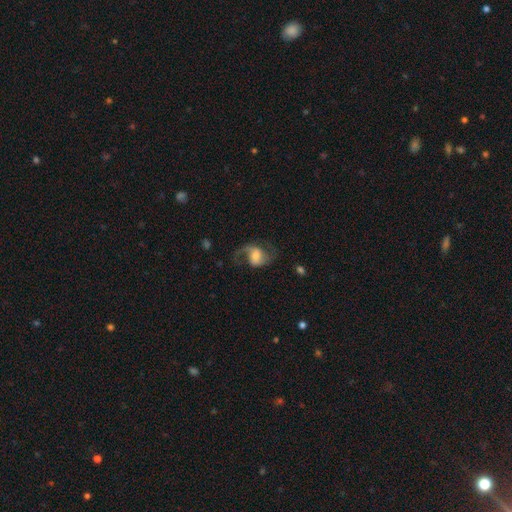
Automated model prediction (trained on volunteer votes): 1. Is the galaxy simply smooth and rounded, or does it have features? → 72% featured or disk, 21% smooth, 7% star or artifact.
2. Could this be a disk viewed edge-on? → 97% no, 3% yes.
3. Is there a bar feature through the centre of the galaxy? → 45% weak, 40% no, 15% strong.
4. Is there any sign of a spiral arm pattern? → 93% yes, 7% no.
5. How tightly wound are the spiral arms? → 58% loose, 35% medium, 7% tight.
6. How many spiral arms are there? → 78% 2, 15% 1, 4% can't tell, 1% 3, 1% 4, 1% more than 4.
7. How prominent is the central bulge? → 43% moderate, 27% small, 19% large, 8% none, 3% dominant.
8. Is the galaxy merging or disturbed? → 56% none, 23% major disturbance, 19% minor disturbance, 2% merger.